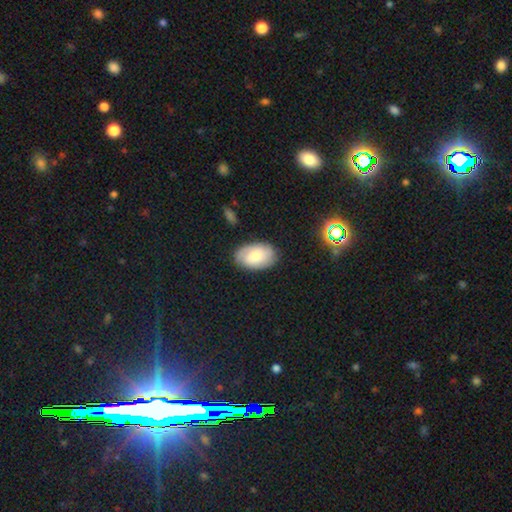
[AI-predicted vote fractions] Overall: smooth (62%; featured or disk 31%). How rounded: in between (90%). Merging: none (80%).